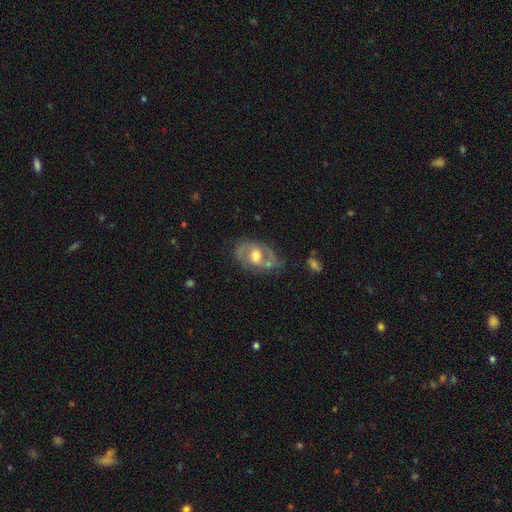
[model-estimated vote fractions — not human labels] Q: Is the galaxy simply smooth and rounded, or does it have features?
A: featured or disk — 75%.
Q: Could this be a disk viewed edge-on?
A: no — 96%.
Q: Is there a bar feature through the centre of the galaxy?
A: weak — 45%.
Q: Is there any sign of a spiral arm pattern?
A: yes — 80%.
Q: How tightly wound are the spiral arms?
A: medium — 53%.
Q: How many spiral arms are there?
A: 2 — 82%.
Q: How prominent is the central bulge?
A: moderate — 68%.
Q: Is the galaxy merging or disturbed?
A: none — 56%.